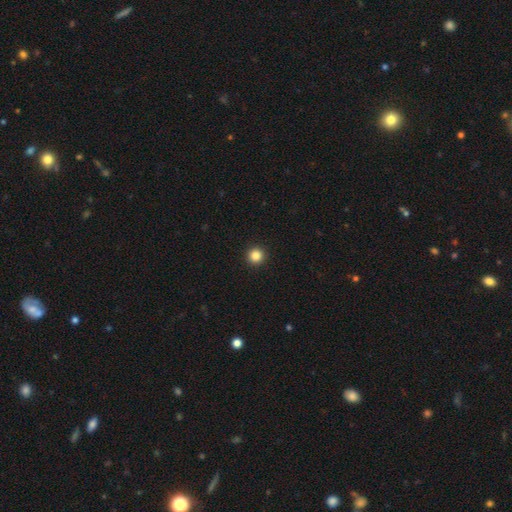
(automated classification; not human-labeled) Q: Smooth or featured?
A: smooth (85%); runner-up: star or artifact (12%)
Q: How rounded?
A: round (96%); runner-up: in between (3%)
Q: Merging?
A: none (94%); runner-up: minor disturbance (4%)